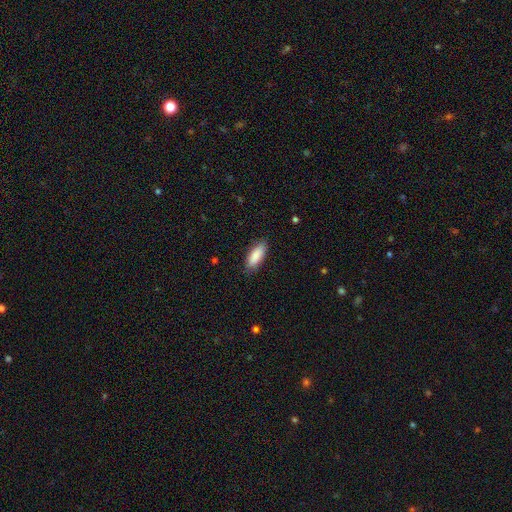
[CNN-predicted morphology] This appears to be a smooth galaxy with no disk features (87%) that is in between round and cigar-shaped (73%). Merging: none (83%).